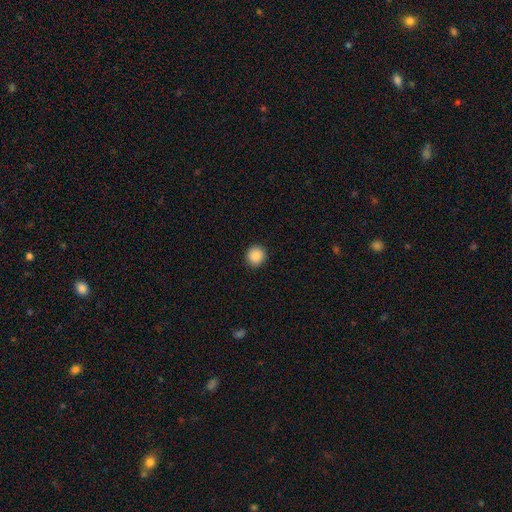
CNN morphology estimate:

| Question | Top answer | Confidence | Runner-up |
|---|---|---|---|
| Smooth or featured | smooth | 89% | star or artifact (8%) |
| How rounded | round | 92% | in between (7%) |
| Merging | none | 92% | minor disturbance (6%) |